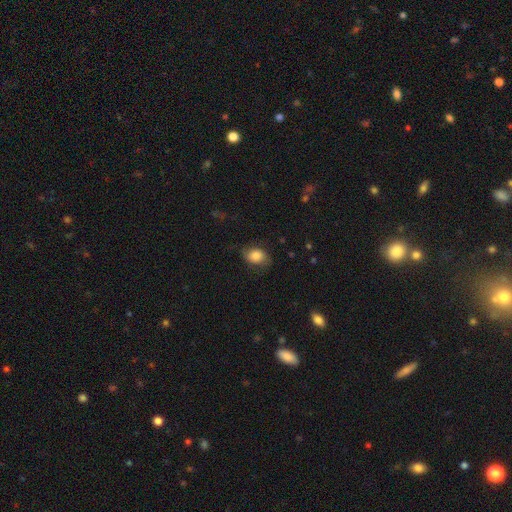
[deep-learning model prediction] Q: Smooth or featured?
A: smooth (77%); runner-up: featured or disk (14%)
Q: How rounded?
A: in between (65%); runner-up: round (34%)
Q: Merging?
A: none (68%); runner-up: minor disturbance (23%)